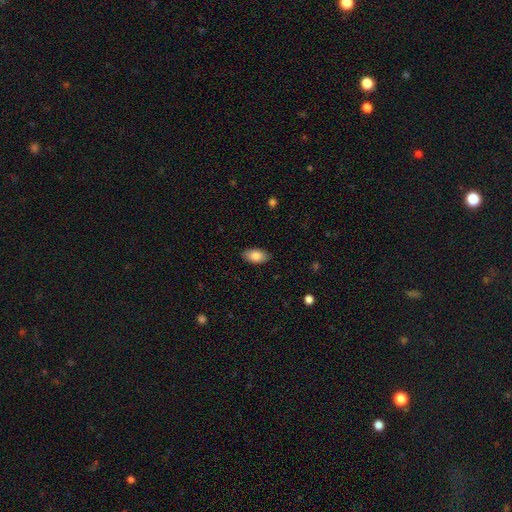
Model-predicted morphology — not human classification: Q: Smooth or featured?
A: smooth (84%); runner-up: featured or disk (10%)
Q: How rounded?
A: in between (94%); runner-up: round (4%)
Q: Merging?
A: none (88%); runner-up: minor disturbance (9%)